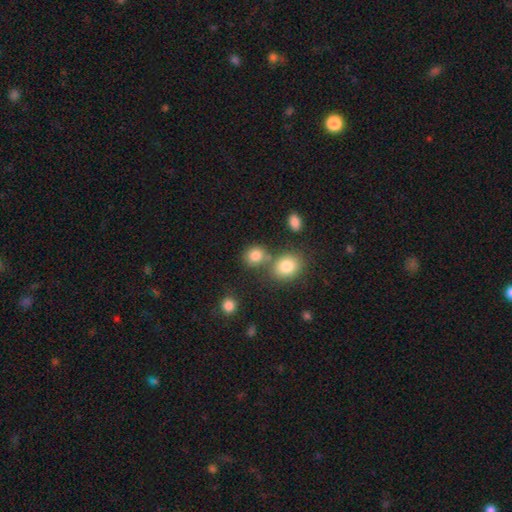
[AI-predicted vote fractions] This is clearly a smooth galaxy (81%). How rounded: likely round (74%). Merging: likely none (62%).